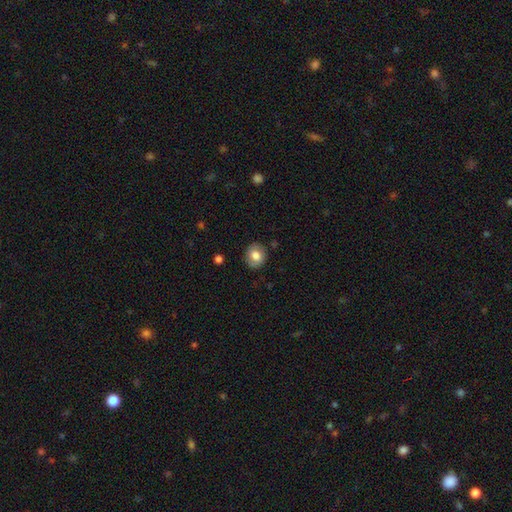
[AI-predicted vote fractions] Q: Smooth or featured?
A: smooth (77%); runner-up: featured or disk (16%)
Q: How rounded?
A: round (67%); runner-up: in between (32%)
Q: Merging?
A: none (85%); runner-up: minor disturbance (11%)